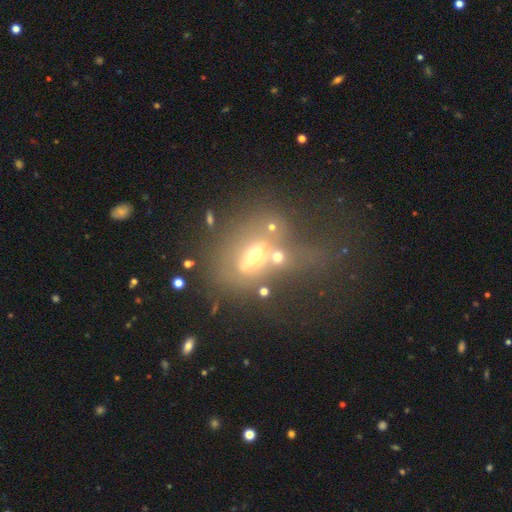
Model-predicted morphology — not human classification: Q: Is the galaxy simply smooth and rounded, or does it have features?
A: featured or disk — 40%.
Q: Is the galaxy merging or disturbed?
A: merger — 35%.